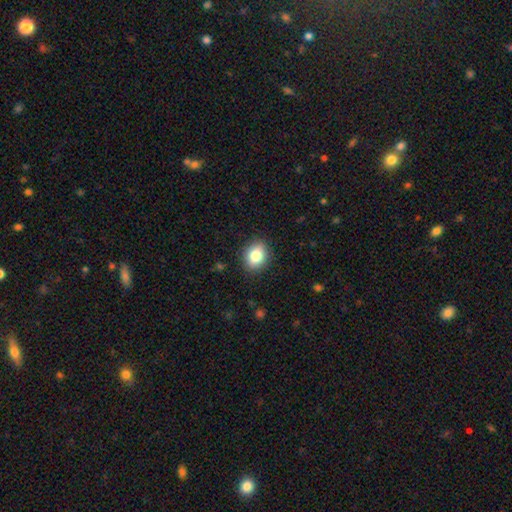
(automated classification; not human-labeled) smooth 81%, featured or disk 10%, star or artifact 9%. Down the decision tree: how rounded — in between (51%); merging — none (89%).